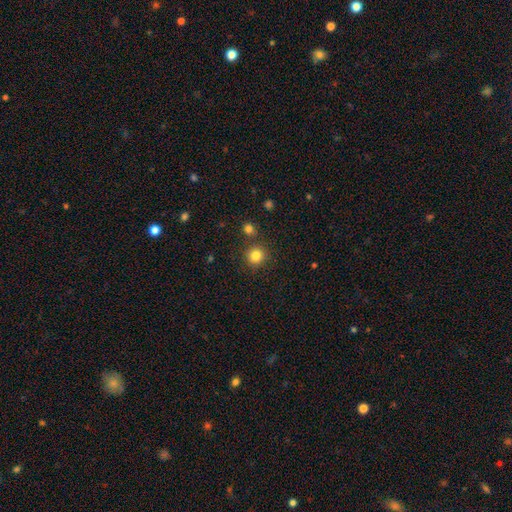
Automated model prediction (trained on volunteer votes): A smooth galaxy with no disk features (83%) that is round (93%). Merging: none (85%).